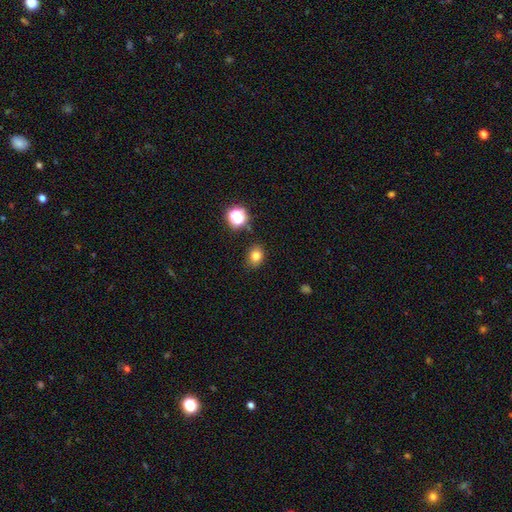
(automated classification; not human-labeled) A smooth galaxy with no disk features (78%) that is round (51%). Merging: none (84%).